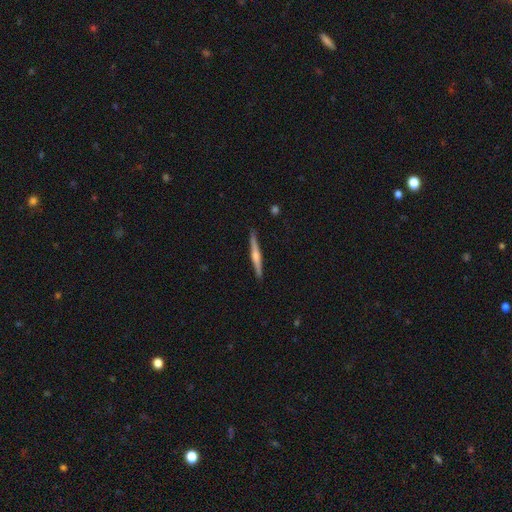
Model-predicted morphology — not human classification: smooth-or-featured: featured or disk: 69% | smooth: 26% | star or artifact: 5%
  disk-edge-on: yes: 98% | no: 2%
    edge-on-bulge: rounded: 78% | boxy: 11% | none: 11%
  merging: none: 91% | minor disturbance: 7% | major disturbance: 1% | merger: 1%